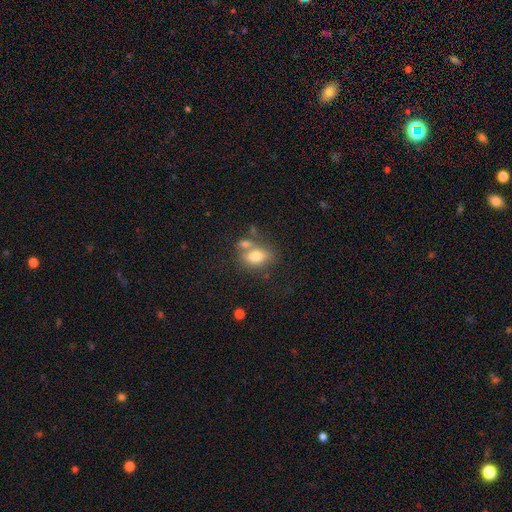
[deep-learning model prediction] Smooth or featured? Predicted: smooth (p=0.72). How rounded? Predicted: in between (p=0.77). Merging? Predicted: none (p=0.51).